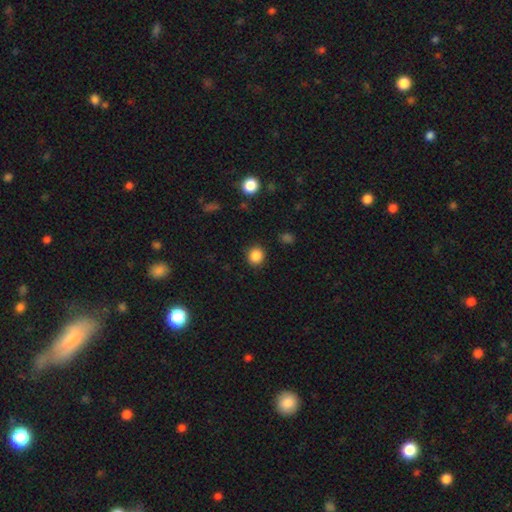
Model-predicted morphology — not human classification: Q: Smooth or featured?
A: smooth (86%); runner-up: star or artifact (10%)
Q: How rounded?
A: round (87%); runner-up: in between (12%)
Q: Merging?
A: none (90%); runner-up: minor disturbance (6%)